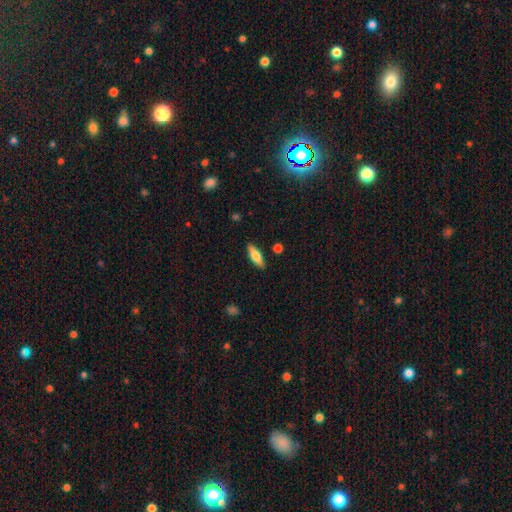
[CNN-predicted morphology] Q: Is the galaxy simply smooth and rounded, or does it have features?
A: smooth — 64%.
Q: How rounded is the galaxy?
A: in between — 53%.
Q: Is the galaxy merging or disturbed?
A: none — 88%.